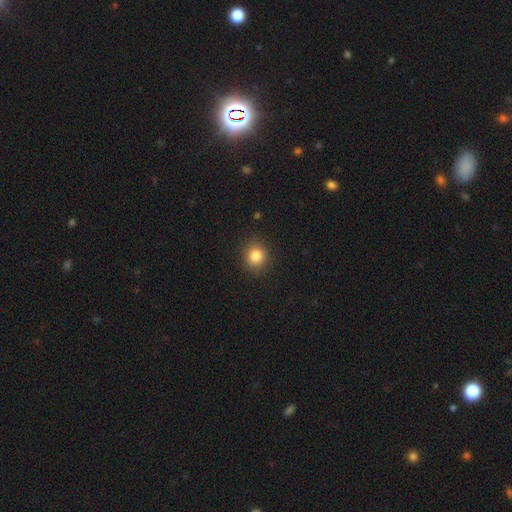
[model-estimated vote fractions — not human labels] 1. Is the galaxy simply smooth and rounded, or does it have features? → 83% smooth, 11% star or artifact, 5% featured or disk.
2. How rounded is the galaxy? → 83% round, 16% in between, 1% cigar-shaped.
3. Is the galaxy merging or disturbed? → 88% none, 8% minor disturbance, 2% major disturbance, 1% merger.